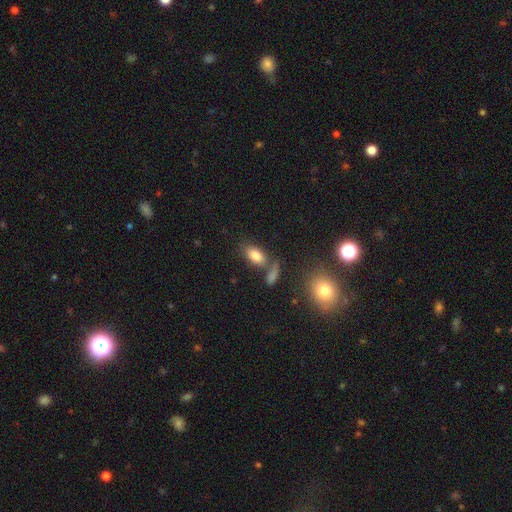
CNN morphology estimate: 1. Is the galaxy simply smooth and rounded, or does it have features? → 82% smooth, 9% star or artifact, 9% featured or disk.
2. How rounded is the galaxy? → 90% in between, 5% cigar-shaped, 5% round.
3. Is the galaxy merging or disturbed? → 58% none, 23% merger, 13% minor disturbance, 6% major disturbance.